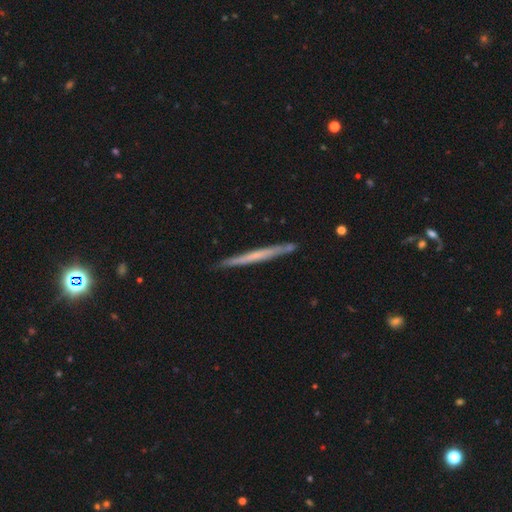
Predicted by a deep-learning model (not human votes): Morphology: type=featured or disk (52%); edge-on=yes (97%); edge-on bulge=none (84%); merging=none (88%).